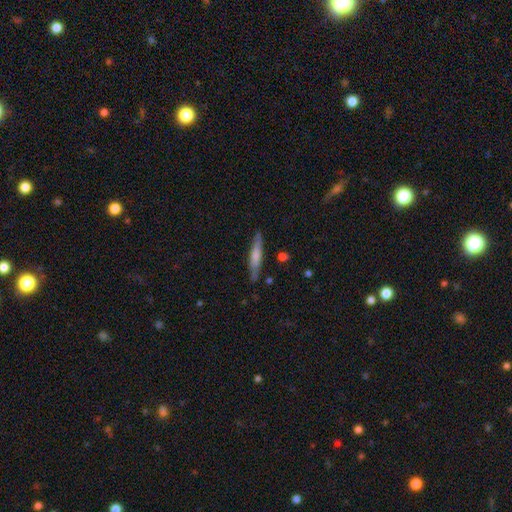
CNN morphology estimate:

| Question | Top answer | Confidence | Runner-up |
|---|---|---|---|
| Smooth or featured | smooth | 60% | featured or disk (35%) |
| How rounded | cigar-shaped | 89% | in between (10%) |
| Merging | none | 81% | minor disturbance (14%) |